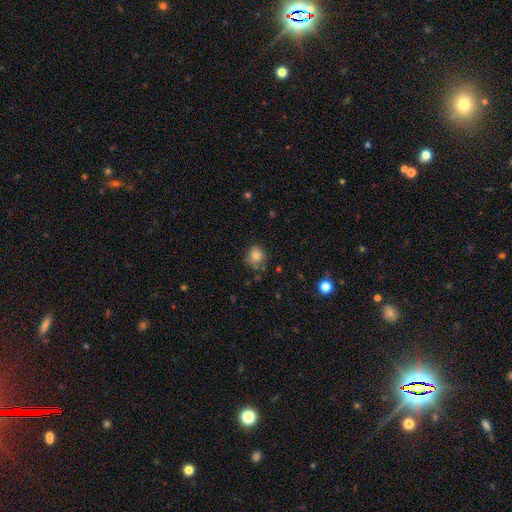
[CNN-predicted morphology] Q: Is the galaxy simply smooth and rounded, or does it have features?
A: smooth — 81%.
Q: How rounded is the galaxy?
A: round — 76%.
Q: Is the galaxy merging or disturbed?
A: none — 64%.